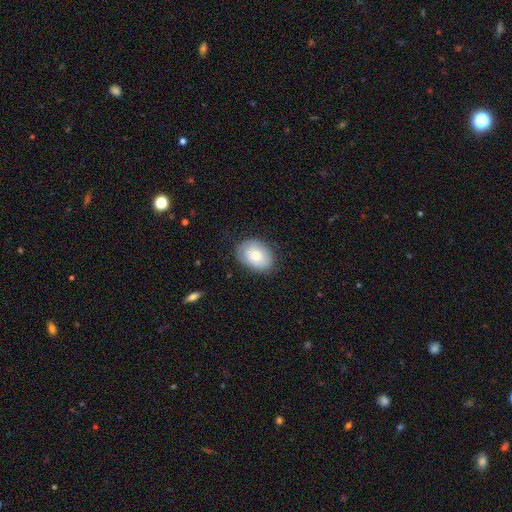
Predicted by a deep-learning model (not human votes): Smooth or featured?
  - smooth: 70% *
  - featured or disk: 23%
  - star or artifact: 7%
How rounded?
  - in between: 74% *
  - round: 25%
  - cigar-shaped: 1%
Merging?
  - none: 78% *
  - minor disturbance: 16%
  - major disturbance: 4%
  - merger: 1%